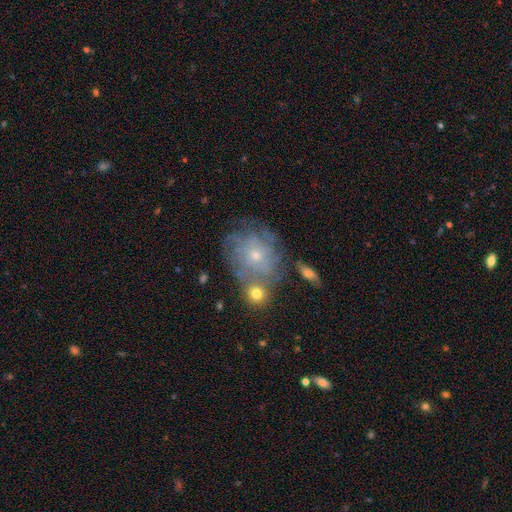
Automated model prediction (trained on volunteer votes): smooth-or-featured: featured or disk: 62% | star or artifact: 19% | smooth: 19%
  disk-edge-on: no: 96% | yes: 4%
    bar: no: 76% | weak: 20% | strong: 5%
    has-spiral-arms: yes: 86% | no: 14%
      spiral-winding: tight: 70% | medium: 23% | loose: 7%
      spiral-arm-count: can't tell: 47% | 3: 15% | 2: 12% | 4: 12% | more than 4: 7% | 1: 6%
    bulge-size: small: 66% | moderate: 30% | none: 2% | large: 2% | dominant: 1%
  merging: none: 67% | minor disturbance: 14% | merger: 13% | major disturbance: 6%